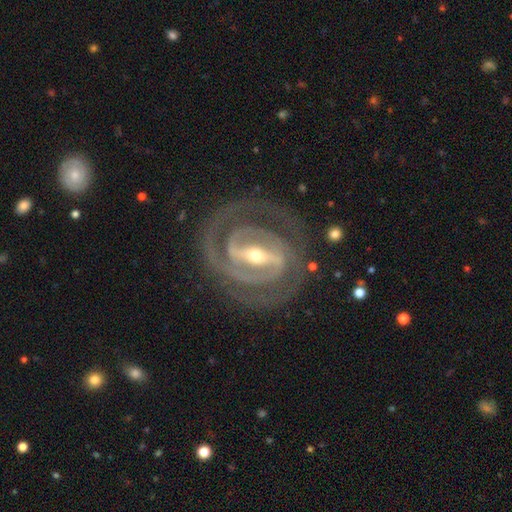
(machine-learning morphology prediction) smooth-or-featured: featured or disk: 92% | smooth: 4% | star or artifact: 4%
  disk-edge-on: no: 95% | yes: 5%
    bar: strong: 77% | weak: 18% | no: 5%
    has-spiral-arms: yes: 95% | no: 5%
      spiral-winding: tight: 69% | medium: 26% | loose: 5%
      spiral-arm-count: 2: 79% | 3: 8% | can't tell: 7% | 1: 3% | 4: 2% | more than 4: 2%
    bulge-size: moderate: 48% (tied) | small: 48% (tied) | large: 3% | none: 1% | dominant: 1%
  merging: none: 79% | minor disturbance: 12% | major disturbance: 7% | merger: 1%